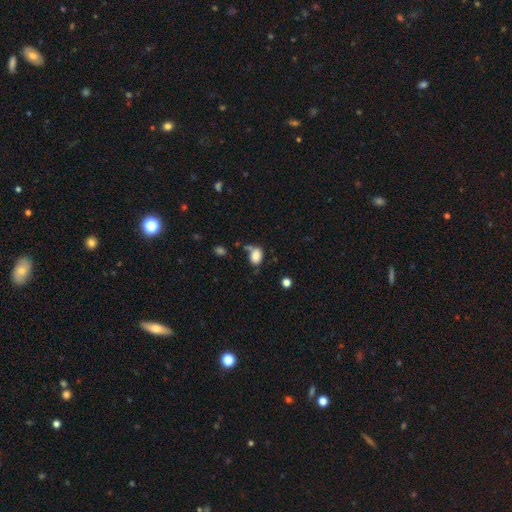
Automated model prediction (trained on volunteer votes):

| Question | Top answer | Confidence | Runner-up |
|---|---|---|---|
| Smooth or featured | smooth | 83% | star or artifact (9%) |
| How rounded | in between | 81% | round (18%) |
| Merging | none | 53% | minor disturbance (22%) |